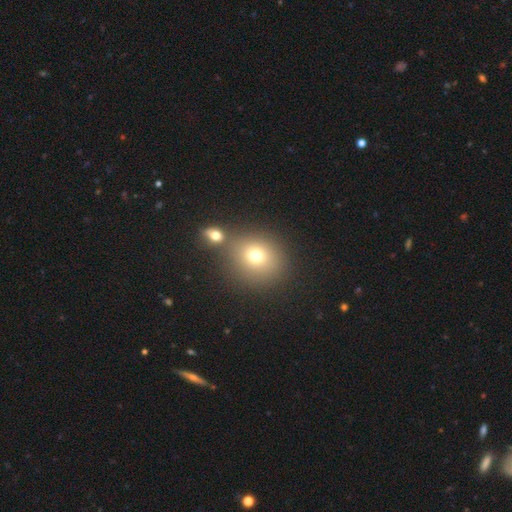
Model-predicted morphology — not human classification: smooth-or-featured: smooth: 72% | star or artifact: 15% | featured or disk: 12%
  how-rounded: round: 73% | in between: 26% | cigar-shaped: 1%
  merging: none: 65% | merger: 21% | minor disturbance: 10% | major disturbance: 4%